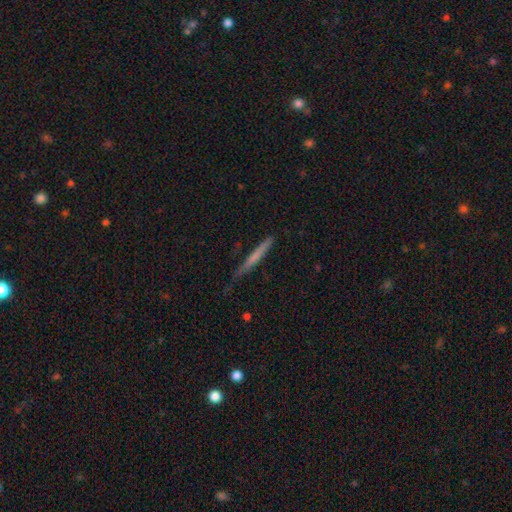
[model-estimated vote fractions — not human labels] Morphology: type=smooth (58%); roundness=cigar-shaped (96%); merging=none (73%).